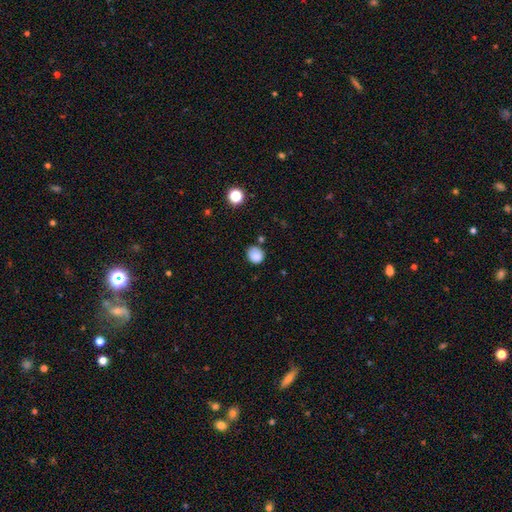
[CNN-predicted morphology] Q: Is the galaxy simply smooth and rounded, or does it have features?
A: smooth — 83%.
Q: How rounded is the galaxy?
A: round — 73%.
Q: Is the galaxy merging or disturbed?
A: none — 67%.